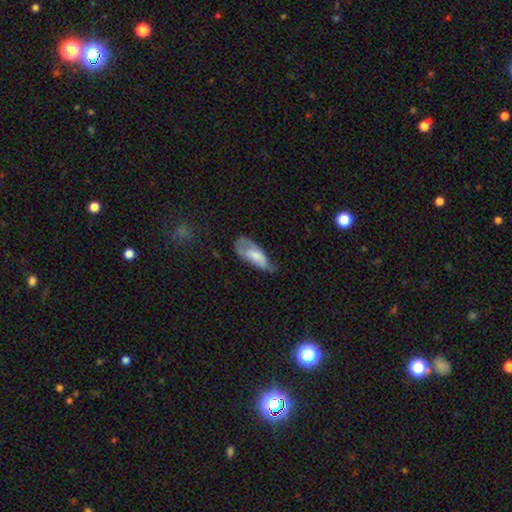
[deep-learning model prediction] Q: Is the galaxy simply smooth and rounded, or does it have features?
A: smooth — 64%.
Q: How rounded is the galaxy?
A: in between — 82%.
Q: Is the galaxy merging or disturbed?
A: minor disturbance — 38%.